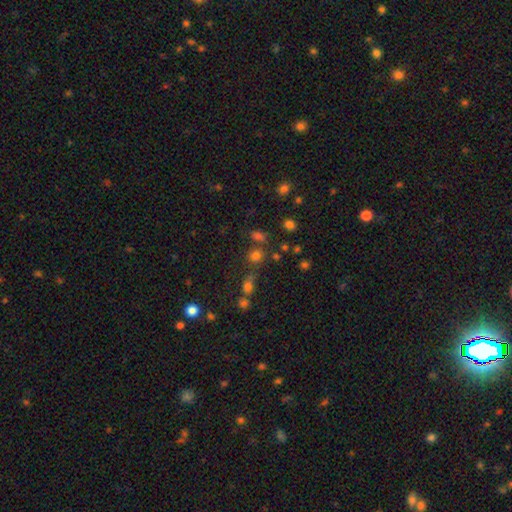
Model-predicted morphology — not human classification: smooth-or-featured: smooth: 62% | star or artifact: 30% | featured or disk: 8%
  how-rounded: round: 80% | in between: 19% | cigar-shaped: 1%
  merging: none: 65% | merger: 19% | minor disturbance: 11% | major disturbance: 5%